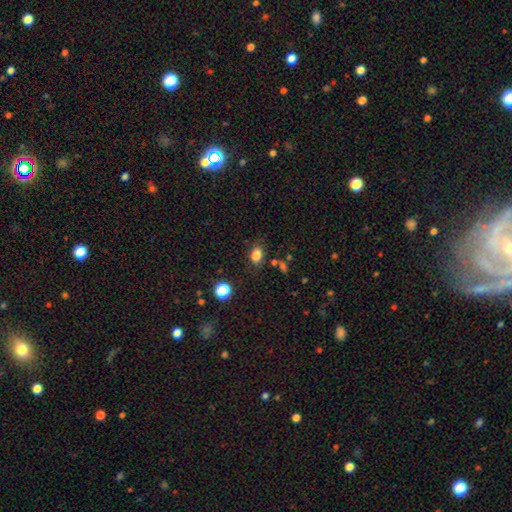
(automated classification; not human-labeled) Smooth or featured? smooth (81%)
How rounded? in between (69%)
Merging? none (76%)